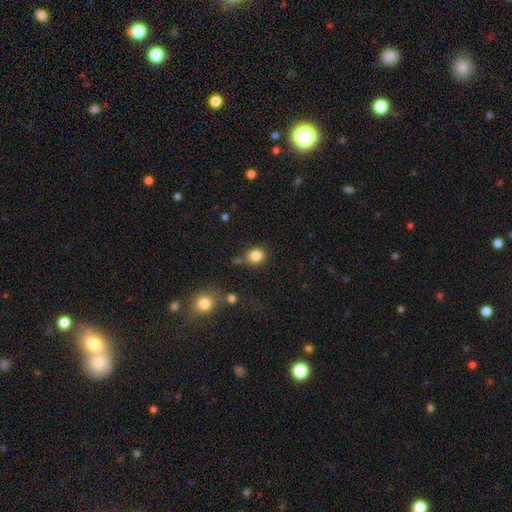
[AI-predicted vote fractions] The model was most divided on "how rounded": round: 76%, in between: 23%, cigar-shaped: 1%. More confident: smooth or featured — smooth (83%); merging — none (77%).